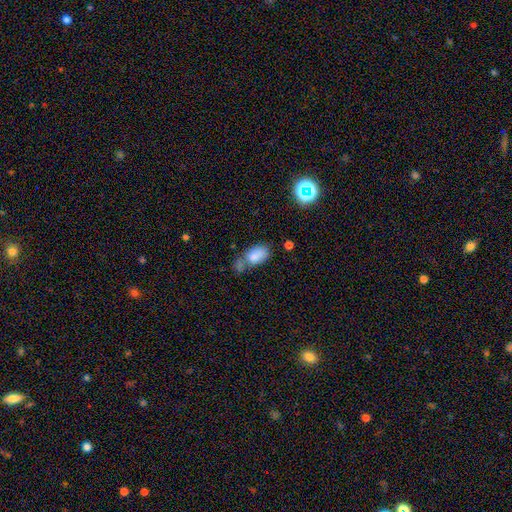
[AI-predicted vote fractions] The model was most divided on "merging": none: 36%, merger: 27%, minor disturbance: 24%, major disturbance: 13%. More confident: how rounded — in between (91%); smooth or featured — smooth (79%).